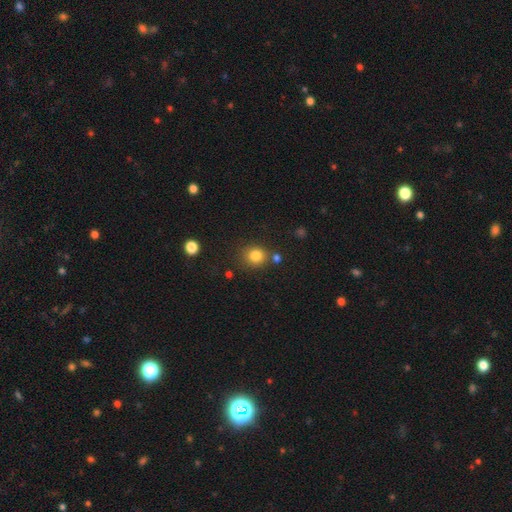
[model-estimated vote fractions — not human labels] The model was most divided on "merging": none: 76%, minor disturbance: 11%, merger: 9%, major disturbance: 4%. More confident: how rounded — round (85%); smooth or featured — smooth (82%).